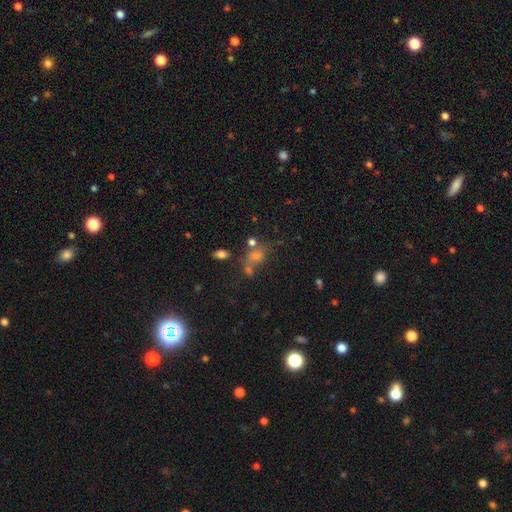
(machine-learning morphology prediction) Q: Smooth or featured?
A: smooth (50%); runner-up: star or artifact (34%)
Q: Merging?
A: none (42%); runner-up: merger (32%)